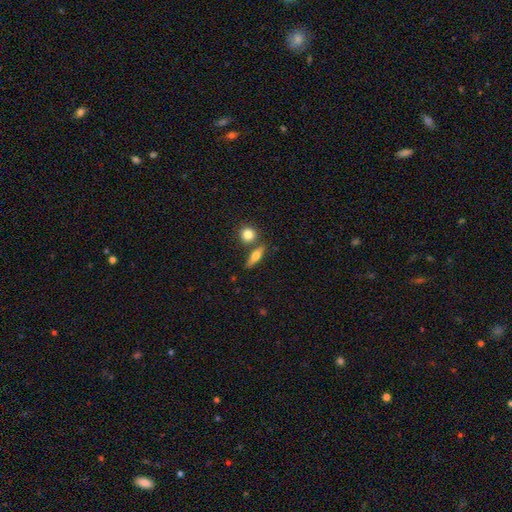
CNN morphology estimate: A smooth galaxy with no disk features (56%) that is cigar-shaped (48%).

Vote fractions:
- Smooth or featured? smooth: 56% / featured or disk: 36% / star or artifact: 8%
- How rounded? cigar-shaped: 48% / in between: 41% / round: 11%
- Merging? none: 71% / merger: 16% / minor disturbance: 10% / major disturbance: 3%